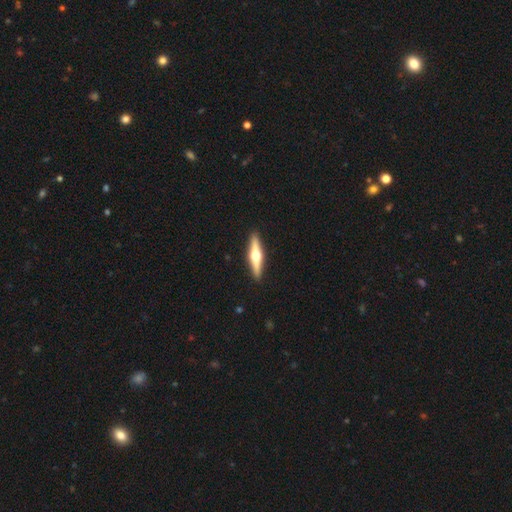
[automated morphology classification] Q: Smooth or featured?
A: featured or disk (69%); runner-up: smooth (26%)
Q: Edge-on disk?
A: yes (97%); runner-up: no (3%)
Q: Edge-on bulge?
A: rounded (96%); runner-up: boxy (2%)
Q: Merging?
A: none (92%); runner-up: minor disturbance (6%)